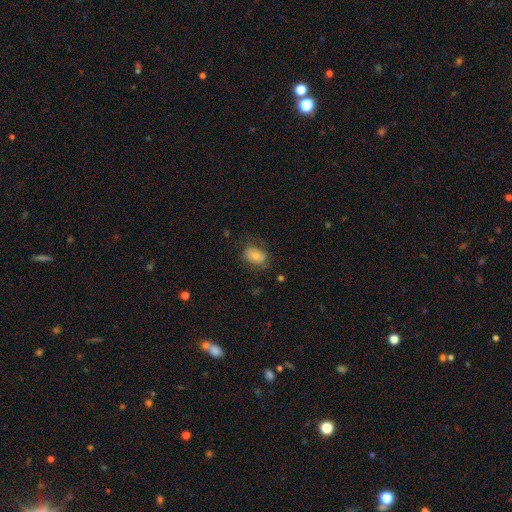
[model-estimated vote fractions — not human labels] smooth_or_featured: smooth (p=0.74) [alt: featured or disk p=0.17]
how_rounded: in between (p=0.78) [alt: round p=0.20]
merging: none (p=0.68) [alt: minor disturbance p=0.22]